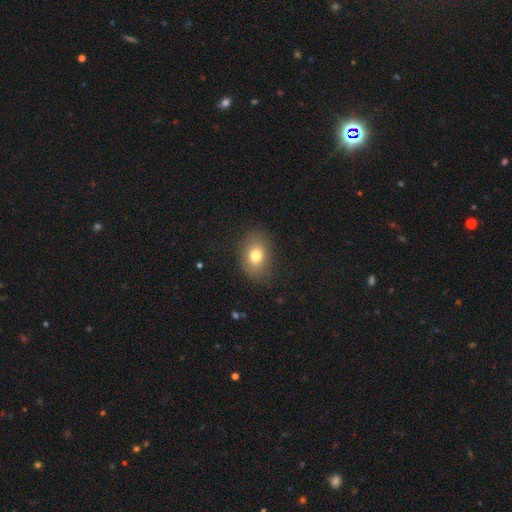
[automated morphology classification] This appears to be a smooth galaxy with no disk features (76%) that is in between round and cigar-shaped (73%). Merging: none (82%).